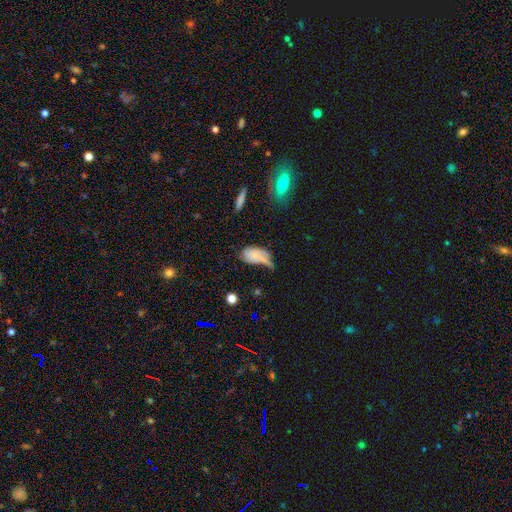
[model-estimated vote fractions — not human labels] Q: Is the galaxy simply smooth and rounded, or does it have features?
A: smooth — 64%.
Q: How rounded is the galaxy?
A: in between — 89%.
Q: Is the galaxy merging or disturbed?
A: minor disturbance — 31%.